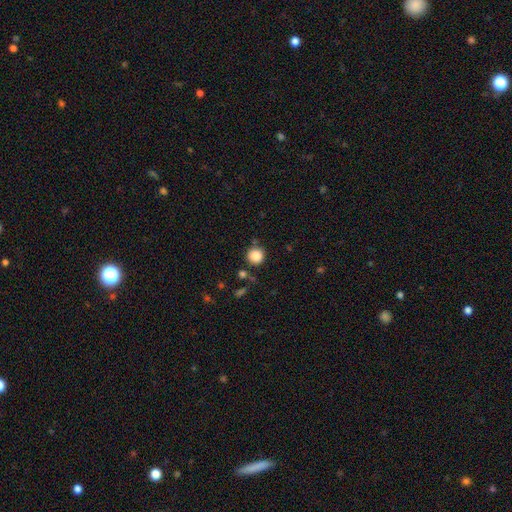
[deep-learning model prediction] Smooth or featured? Predicted: smooth (p=0.86). How rounded? Predicted: round (p=0.93). Merging? Predicted: none (p=0.82).